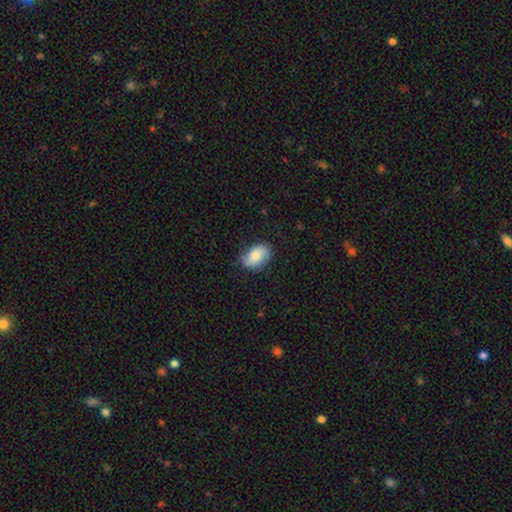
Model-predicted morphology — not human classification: Q: Smooth or featured?
A: smooth (72%); runner-up: featured or disk (21%)
Q: How rounded?
A: in between (88%); runner-up: round (11%)
Q: Merging?
A: none (69%); runner-up: minor disturbance (24%)